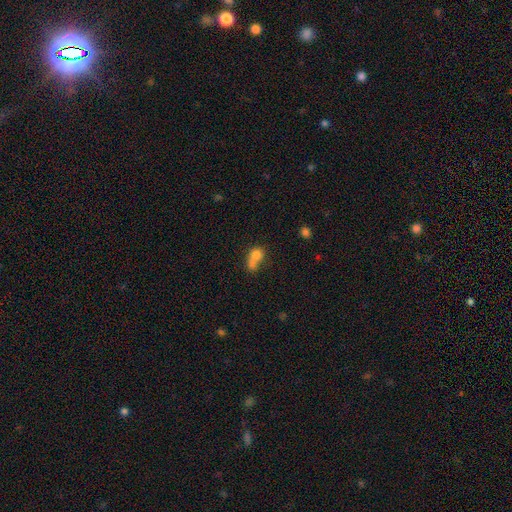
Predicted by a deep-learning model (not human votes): A smooth galaxy with no disk features (75%) that is round (64%).

Vote fractions:
- Smooth or featured? smooth: 75% / featured or disk: 14% / star or artifact: 11%
- How rounded? round: 64% / in between: 34% / cigar-shaped: 2%
- Merging? merger: 62% / none: 23% / minor disturbance: 9% / major disturbance: 6%